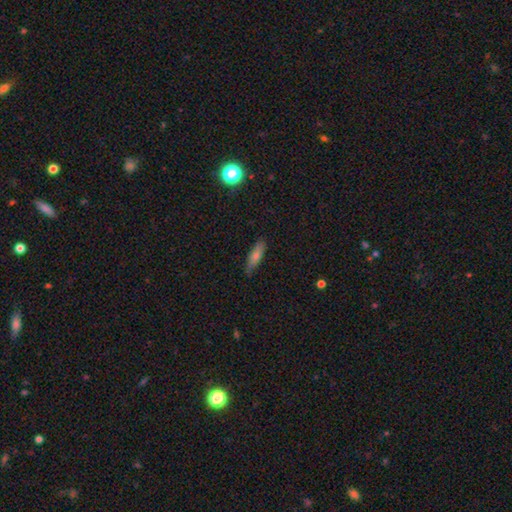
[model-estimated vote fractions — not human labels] A smooth galaxy with no disk features (63%) that is cigar-shaped (59%).

Vote fractions:
- Smooth or featured? smooth: 63% / featured or disk: 27% / star or artifact: 10%
- How rounded? cigar-shaped: 59% / in between: 38% / round: 3%
- Merging? none: 80% / minor disturbance: 16% / major disturbance: 2% / merger: 1%